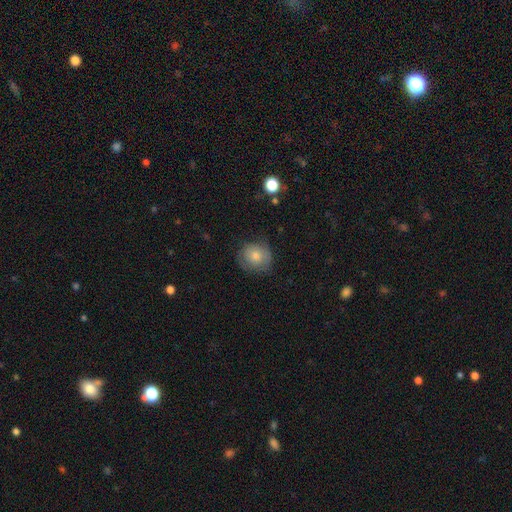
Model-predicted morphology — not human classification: This is likely a smooth galaxy (73%). How rounded: likely round (80%). Merging: likely none (68%).